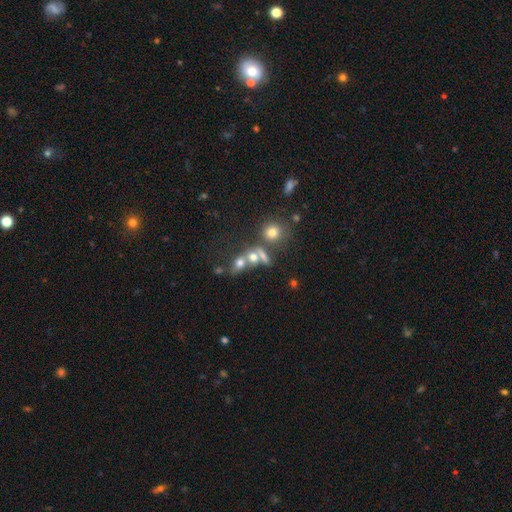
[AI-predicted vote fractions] Smooth or featured?
  - smooth: 48% *
  - star or artifact: 27%
  - featured or disk: 25%
Merging?
  - merger: 44% *
  - none: 38%
  - minor disturbance: 10%
  - major disturbance: 9%